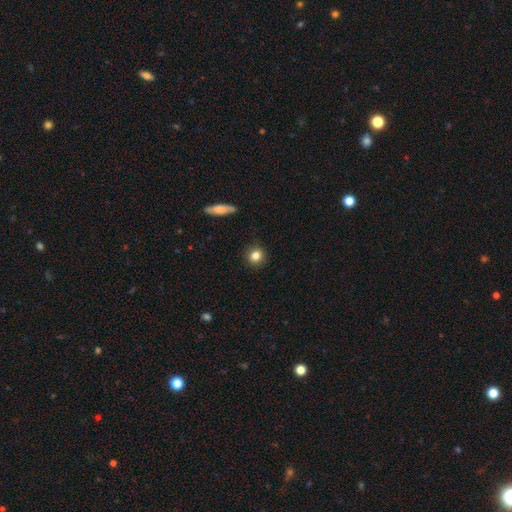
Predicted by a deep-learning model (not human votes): A smooth galaxy with no disk features (82%) that is round (90%).

Vote fractions:
- Smooth or featured? smooth: 82% / star or artifact: 11% / featured or disk: 7%
- How rounded? round: 90% / in between: 9% / cigar-shaped: 1%
- Merging? none: 91% / minor disturbance: 6% / major disturbance: 2% / merger: 1%